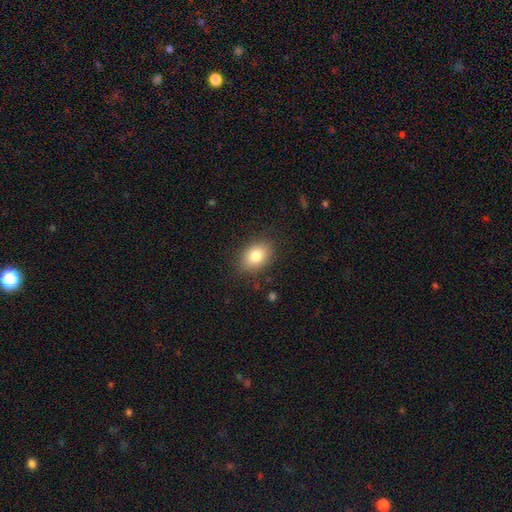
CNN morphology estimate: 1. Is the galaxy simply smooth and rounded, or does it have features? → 81% smooth, 10% featured or disk, 9% star or artifact.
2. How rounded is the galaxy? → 73% in between, 26% round, 1% cigar-shaped.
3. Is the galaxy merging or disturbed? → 85% none, 11% minor disturbance, 3% major disturbance, 1% merger.